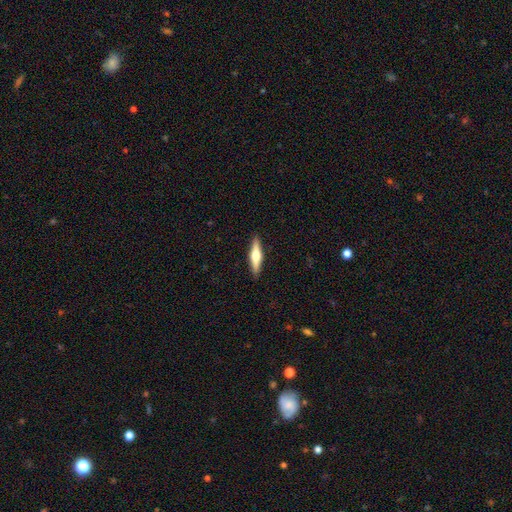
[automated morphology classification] This appears to be a featured or disk galaxy (55%) viewed edge-on (96%) with a rounded central bulge (92%). Merging: none (91%).